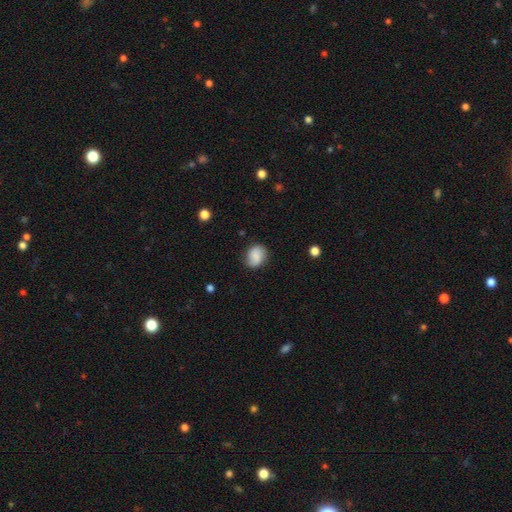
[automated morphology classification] smooth 76%, featured or disk 16%, star or artifact 8%. Down the decision tree: how rounded — round (53%); merging — none (75%).